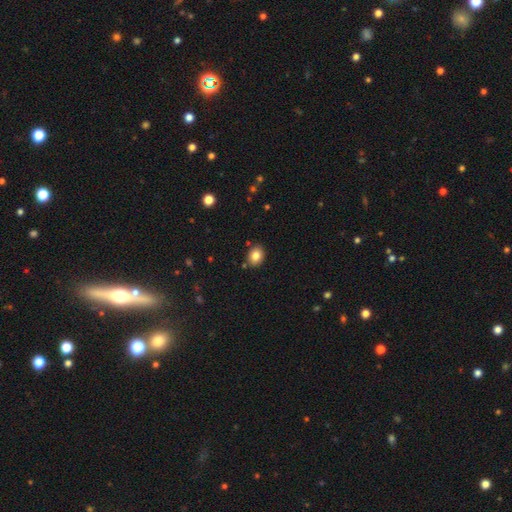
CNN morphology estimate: Smooth or featured: smooth — 82% (star or artifact — 10%)
How rounded: round — 51% (in between — 48%)
Merging: none — 85% (minor disturbance — 10%)